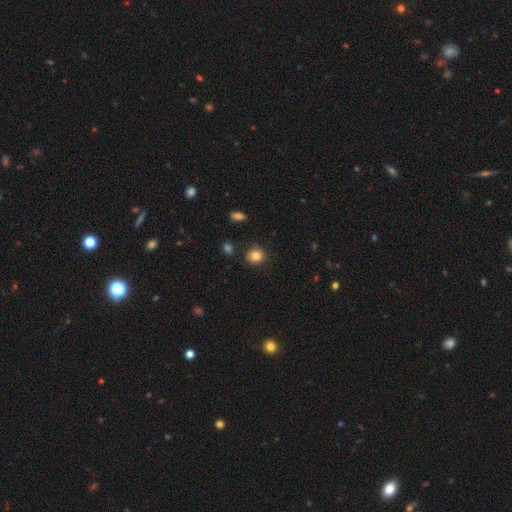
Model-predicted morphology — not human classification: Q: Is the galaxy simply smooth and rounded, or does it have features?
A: smooth — 85%.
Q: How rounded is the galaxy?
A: round — 80%.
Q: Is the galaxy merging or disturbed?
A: none — 83%.